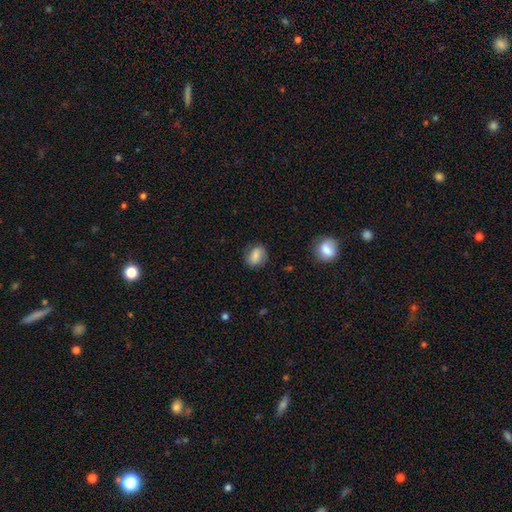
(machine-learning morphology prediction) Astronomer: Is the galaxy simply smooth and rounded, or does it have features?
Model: smooth — 78%.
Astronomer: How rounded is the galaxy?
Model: in between — 68%.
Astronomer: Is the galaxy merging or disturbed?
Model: none — 77%.